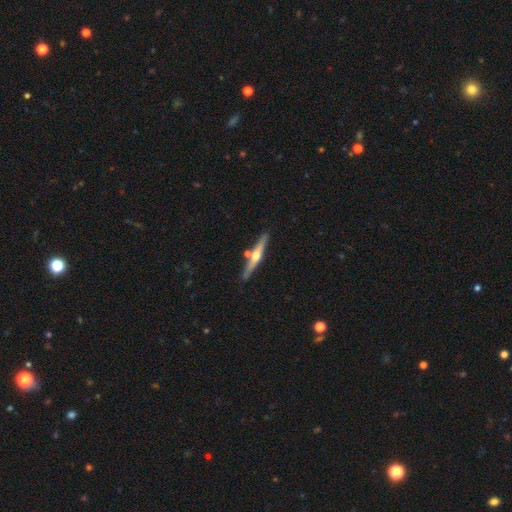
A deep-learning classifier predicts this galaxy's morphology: Smooth or featured? featured or disk (67%)
Edge-on disk? yes (96%)
Edge-on bulge? rounded (91%)
Merging? none (79%)